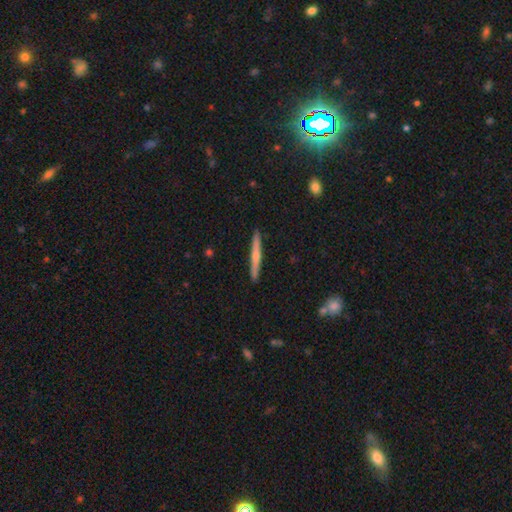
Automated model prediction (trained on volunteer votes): Smooth or featured: featured or disk — 49% (smooth — 45%)
Merging: none — 92% (minor disturbance — 6%)